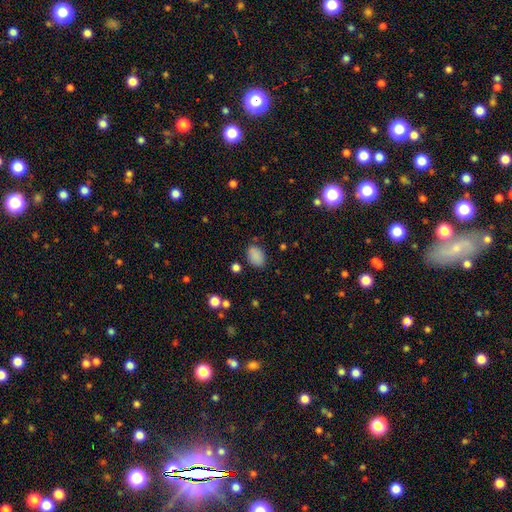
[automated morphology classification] A smooth galaxy with no disk features (86%) that is in between round and cigar-shaped (81%). Merging: none (79%).